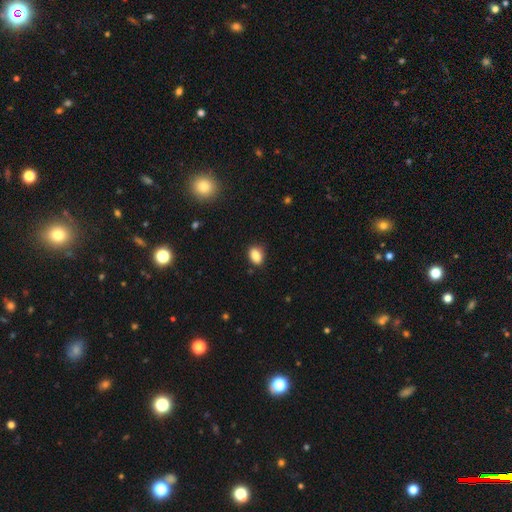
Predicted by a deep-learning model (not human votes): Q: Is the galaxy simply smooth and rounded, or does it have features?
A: smooth — 87%.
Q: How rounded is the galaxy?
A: in between — 79%.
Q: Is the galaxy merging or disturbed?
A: none — 83%.